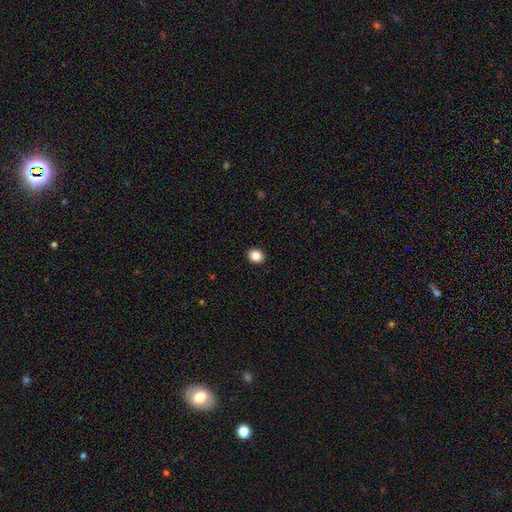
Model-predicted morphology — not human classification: A smooth galaxy with no disk features (87%) that is round (53%).

Vote fractions:
- Smooth or featured? smooth: 87% / star or artifact: 9% / featured or disk: 4%
- How rounded? round: 53% / in between: 47% / cigar-shaped: 1%
- Merging? none: 91% / minor disturbance: 6% / major disturbance: 2% / merger: 1%